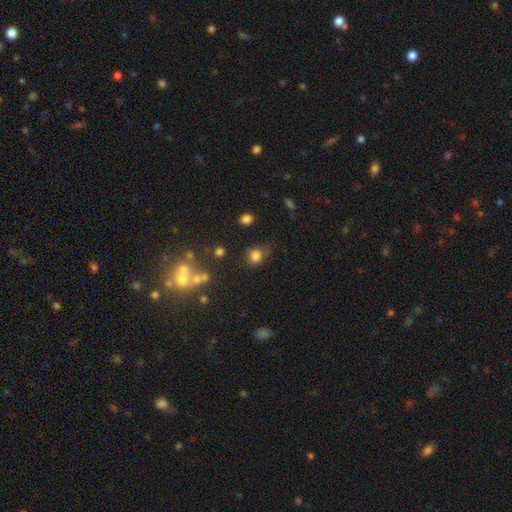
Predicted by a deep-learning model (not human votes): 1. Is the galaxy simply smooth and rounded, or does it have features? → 79% smooth, 14% star or artifact, 6% featured or disk.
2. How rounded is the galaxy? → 78% round, 21% in between, 1% cigar-shaped.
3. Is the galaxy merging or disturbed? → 67% none, 19% minor disturbance, 7% major disturbance, 6% merger.